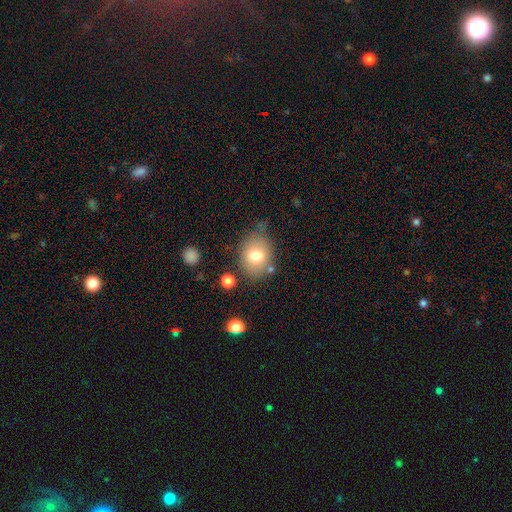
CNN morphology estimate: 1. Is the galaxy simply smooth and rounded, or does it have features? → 75% smooth, 15% featured or disk, 9% star or artifact.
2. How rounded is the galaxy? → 52% round, 47% in between, 1% cigar-shaped.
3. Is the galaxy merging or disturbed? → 64% none, 21% minor disturbance, 8% major disturbance, 8% merger.